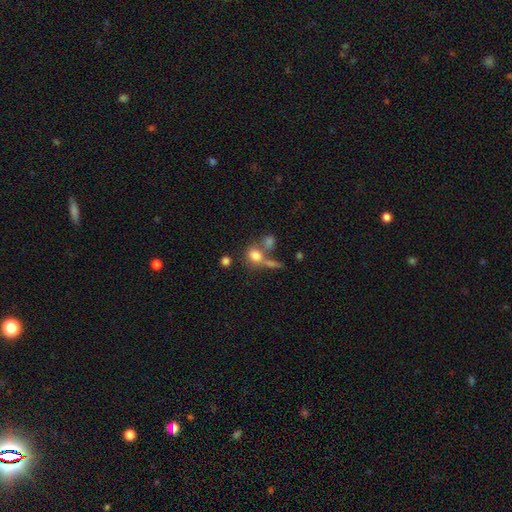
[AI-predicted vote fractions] A smooth galaxy with no disk features (75%) that is round (50%).

Vote fractions:
- Smooth or featured? smooth: 75% / featured or disk: 13% / star or artifact: 12%
- How rounded? round: 50% / in between: 47% / cigar-shaped: 3%
- Merging? none: 42% / merger: 35% / minor disturbance: 12% / major disturbance: 10%